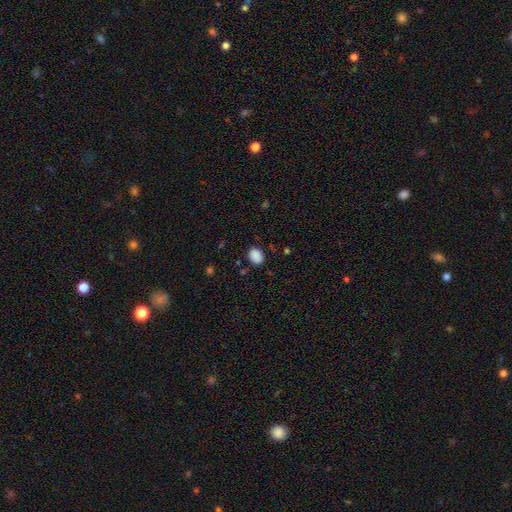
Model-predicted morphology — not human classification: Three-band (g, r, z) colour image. It shows a smooth galaxy with no disk features (88%) that is in between round and cigar-shaped (63%). Merging: none (83%).